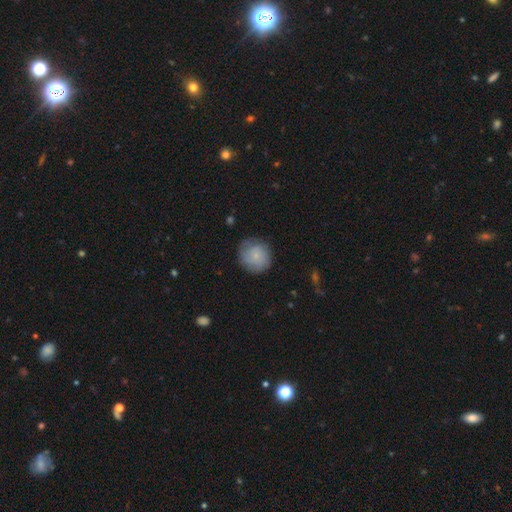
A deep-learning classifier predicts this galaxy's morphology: A smooth galaxy with no disk features (71%) that is round (89%).

Vote fractions:
- Smooth or featured? smooth: 71% / featured or disk: 22% / star or artifact: 8%
- How rounded? round: 89% / in between: 10% / cigar-shaped: 1%
- Merging? none: 75% / minor disturbance: 18% / major disturbance: 5% / merger: 1%